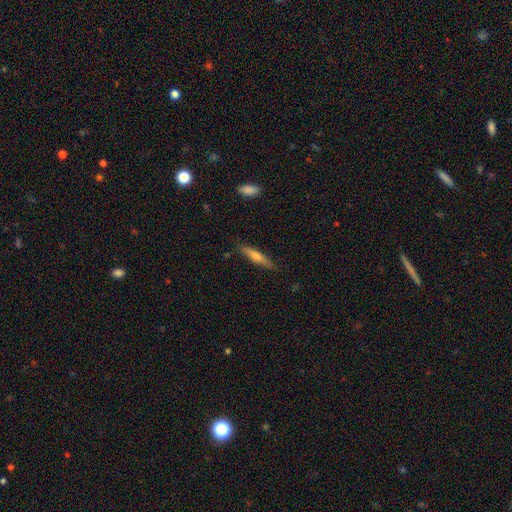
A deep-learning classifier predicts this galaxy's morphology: smooth-or-featured: smooth: 53% | featured or disk: 41% | star or artifact: 6%
  how-rounded: cigar-shaped: 87% | in between: 12% | round: 2%
  merging: none: 86% | minor disturbance: 11% | major disturbance: 2% | merger: 1%